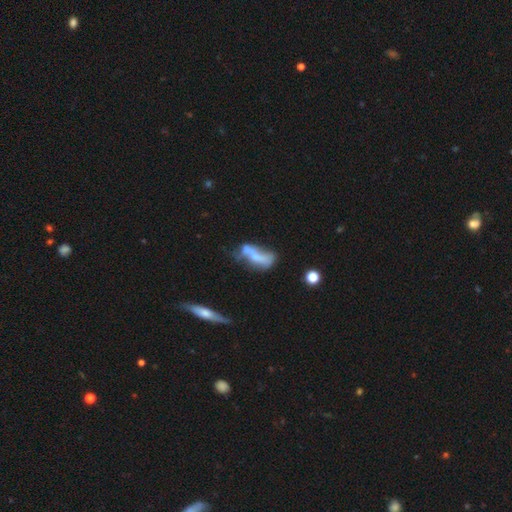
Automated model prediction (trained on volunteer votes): Q: Smooth or featured?
A: featured or disk (49%); runner-up: smooth (41%)
Q: Merging?
A: merger (33%); runner-up: major disturbance (24%)